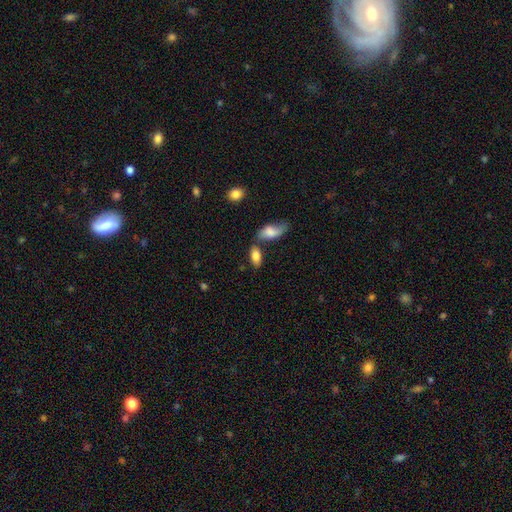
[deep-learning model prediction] Morphology: type=smooth (82%); roundness=in between (89%); merging=none (61%).